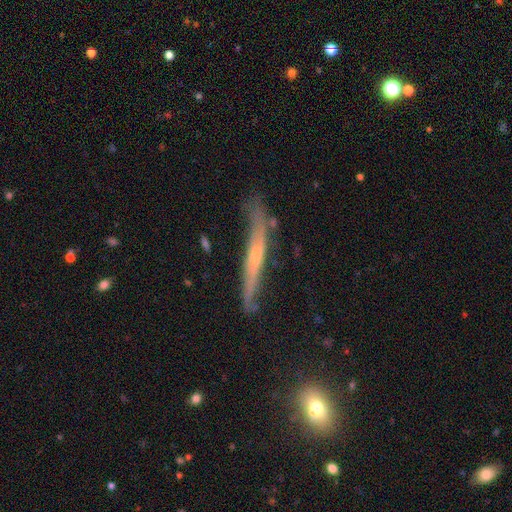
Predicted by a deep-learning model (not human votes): Smooth or featured? featured or disk (66%)
Edge-on disk? yes (88%)
Edge-on bulge? none (47%)
Merging? none (69%)